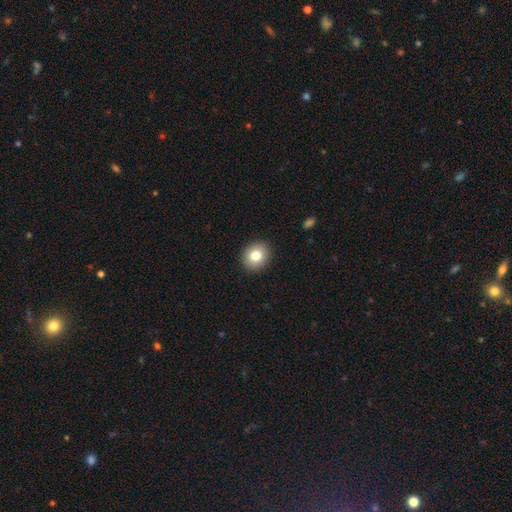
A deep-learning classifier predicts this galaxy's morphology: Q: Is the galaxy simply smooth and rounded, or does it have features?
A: smooth — 80%.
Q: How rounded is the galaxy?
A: round — 71%.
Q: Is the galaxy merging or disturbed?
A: none — 91%.